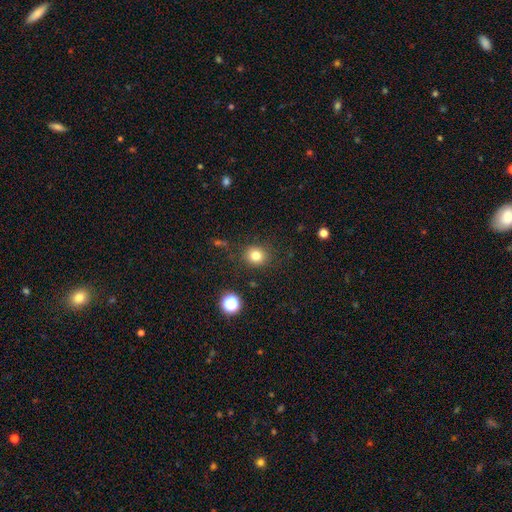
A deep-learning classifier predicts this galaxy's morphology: The model was most divided on "how rounded": round: 83%, in between: 16%, cigar-shaped: 1%. More confident: merging — none (86%); smooth or featured — smooth (80%).